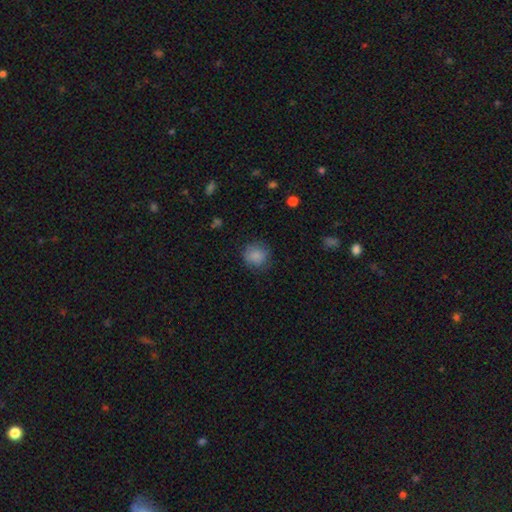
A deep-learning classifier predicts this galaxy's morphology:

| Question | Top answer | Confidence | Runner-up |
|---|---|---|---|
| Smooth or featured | smooth | 86% | star or artifact (8%) |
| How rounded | round | 89% | in between (10%) |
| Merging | none | 81% | minor disturbance (14%) |